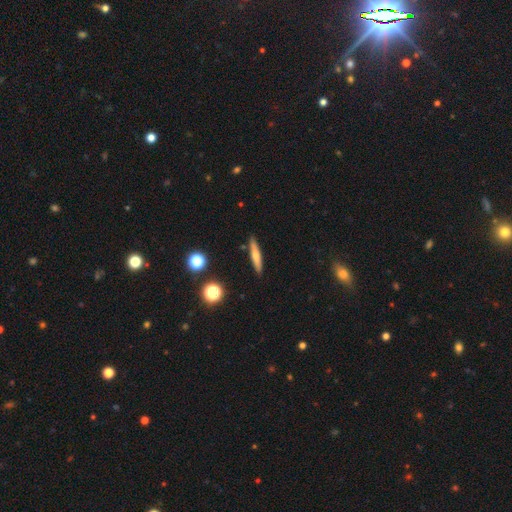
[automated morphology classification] smooth-or-featured: smooth: 55% | featured or disk: 36% | star or artifact: 9%
  how-rounded: cigar-shaped: 89% | in between: 8% | round: 3%
  merging: none: 88% | minor disturbance: 8% | merger: 2% | major disturbance: 2%